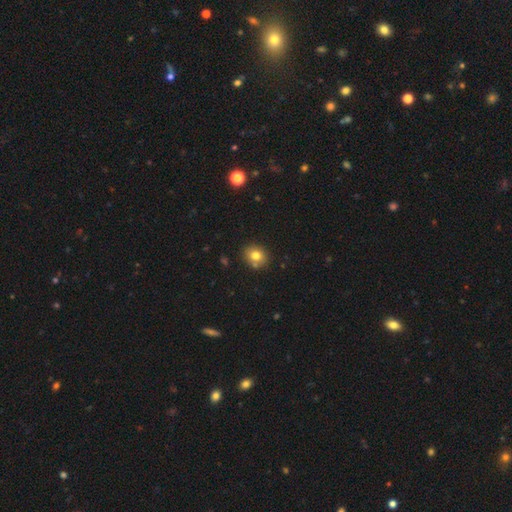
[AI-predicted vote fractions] Smooth or featured? smooth (77%)
How rounded? round (68%)
Merging? none (78%)